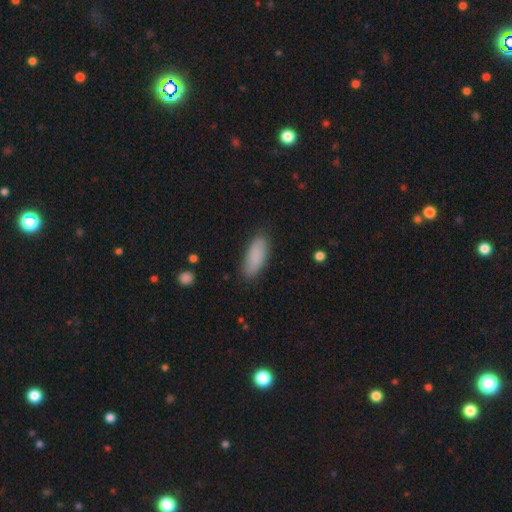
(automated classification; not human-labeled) This is clearly a smooth galaxy (86%). How rounded: likely in between (75%). Merging: clearly none (80%).